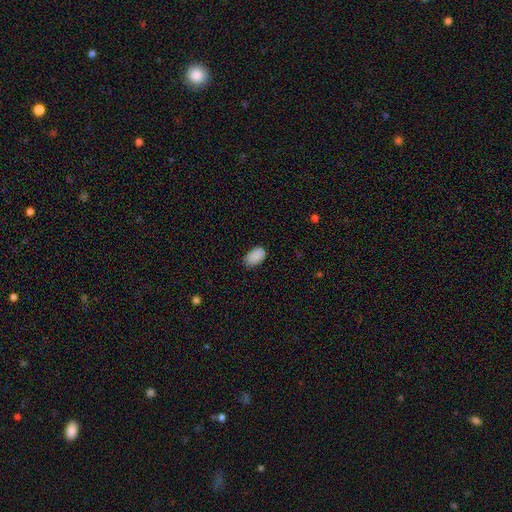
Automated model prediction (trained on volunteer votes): A smooth galaxy with no disk features (89%) that is in between round and cigar-shaped (93%). Merging: none (80%).